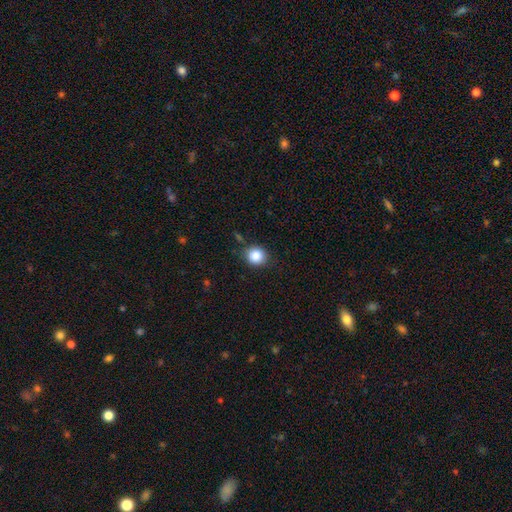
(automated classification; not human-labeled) Q: Smooth or featured?
A: smooth (86%); runner-up: star or artifact (10%)
Q: How rounded?
A: round (87%); runner-up: in between (12%)
Q: Merging?
A: none (84%); runner-up: minor disturbance (11%)